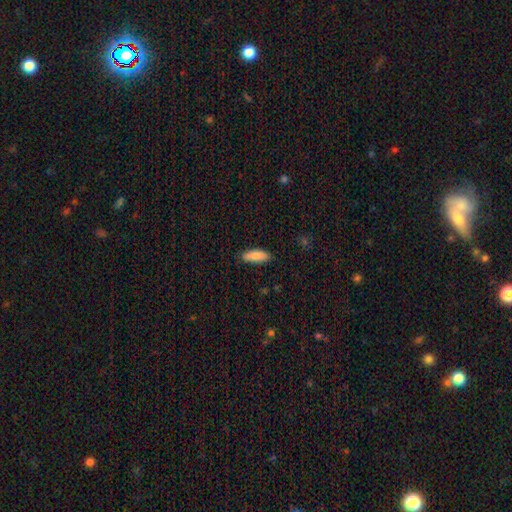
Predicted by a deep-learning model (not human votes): Smooth or featured?
  - smooth: 86% *
  - featured or disk: 8%
  - star or artifact: 6%
How rounded?
  - in between: 67% *
  - cigar-shaped: 31%
  - round: 2%
Merging?
  - none: 84% *
  - minor disturbance: 13%
  - major disturbance: 2%
  - merger: 1%